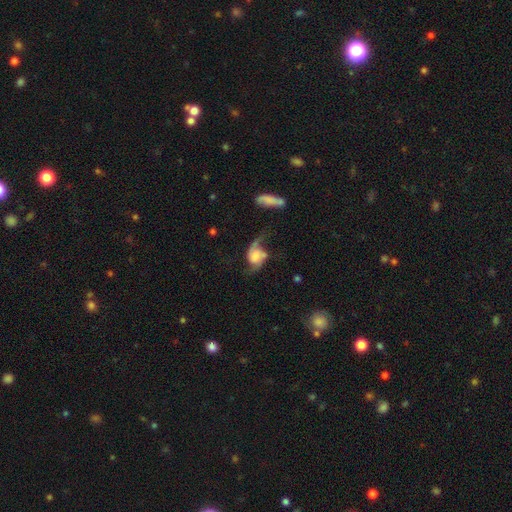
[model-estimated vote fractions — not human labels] This is likely a featured or disk galaxy (74%). It is clearly not viewed edge-on (96%). Bar: likely no (63%). Spiral arm pattern: clearly yes (92%). Spiral arm count: clearly 2 (85%). Spiral winding: likely loose (71%). Central bulge: marginally large (25%, tied with moderate). Merging: marginally none (40%).